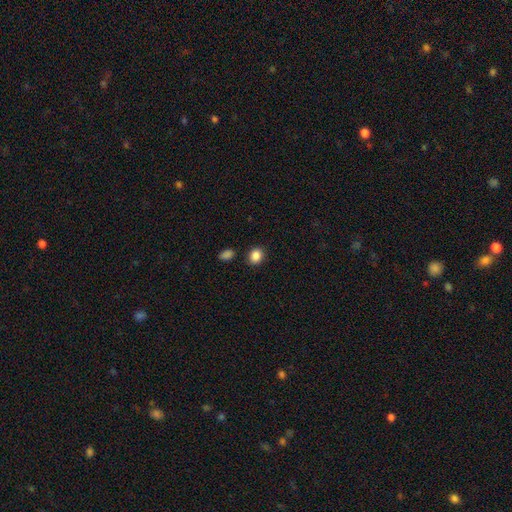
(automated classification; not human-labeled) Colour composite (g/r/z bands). It shows a smooth galaxy with no disk features (87%) that is round (62%). Merging: none (85%).